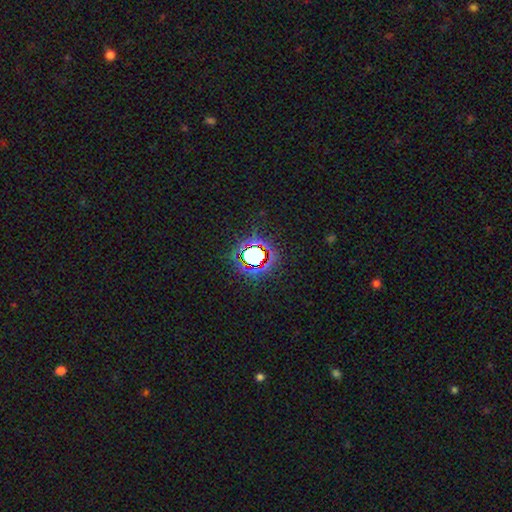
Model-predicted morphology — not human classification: Smooth or featured?
  - star or artifact: 67% *
  - smooth: 21%
  - featured or disk: 12%